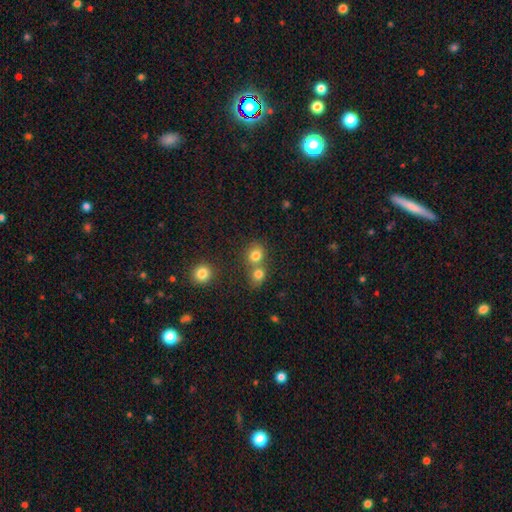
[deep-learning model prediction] smooth-or-featured: smooth: 79% | star or artifact: 13% | featured or disk: 8%
  how-rounded: round: 79% | in between: 20% | cigar-shaped: 1%
  merging: none: 46% | merger: 44% | minor disturbance: 7% | major disturbance: 3%